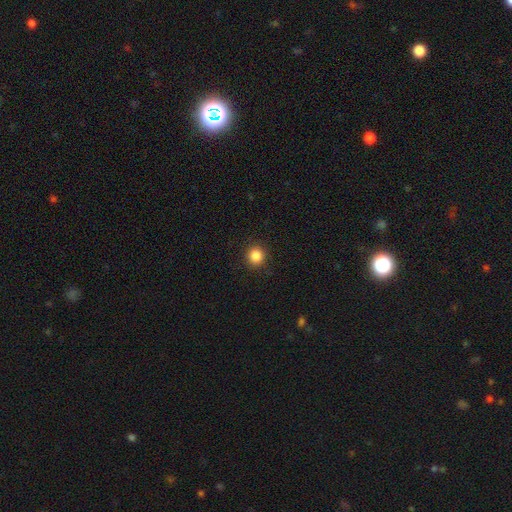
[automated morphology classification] A smooth galaxy with no disk features (85%) that is round (92%). Merging: none (92%).